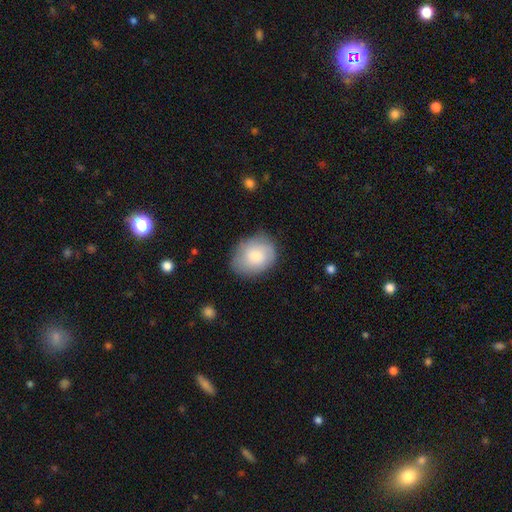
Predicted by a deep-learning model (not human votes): Q: Smooth or featured?
A: smooth (70%); runner-up: featured or disk (24%)
Q: How rounded?
A: in between (55%); runner-up: round (44%)
Q: Merging?
A: none (71%); runner-up: minor disturbance (22%)